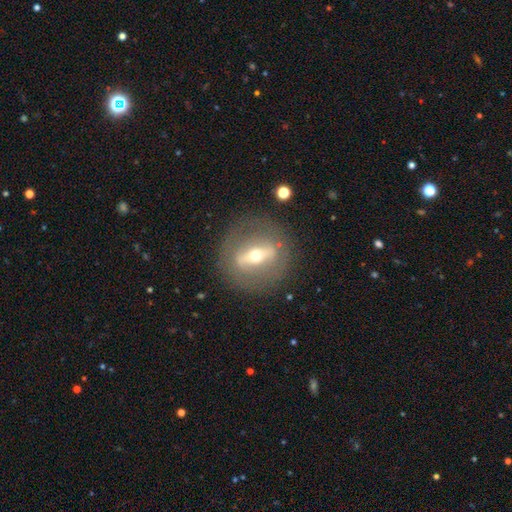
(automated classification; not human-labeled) smooth-or-featured: featured or disk: 70% | smooth: 22% | star or artifact: 8%
  disk-edge-on: no: 71% | yes: 29%
  merging: none: 82% | minor disturbance: 10% | major disturbance: 6% | merger: 1%